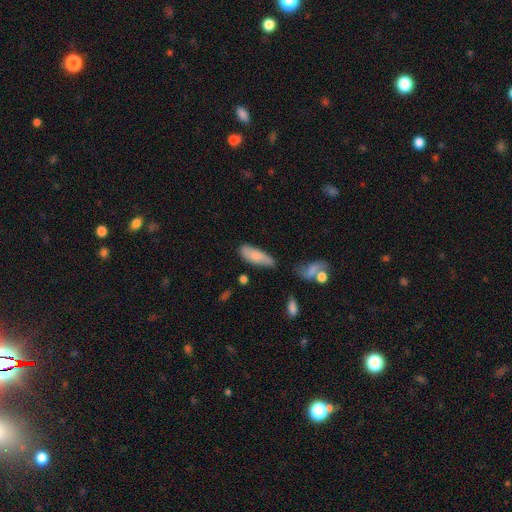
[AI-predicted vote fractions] Smooth or featured? smooth (73%)
How rounded? in between (65%)
Merging? none (60%)